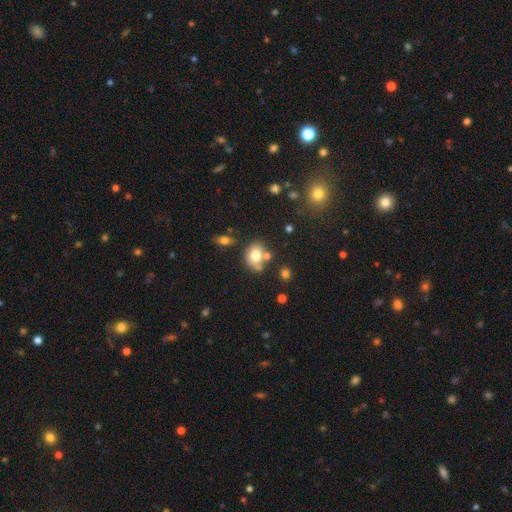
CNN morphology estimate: This is likely a smooth galaxy (73%). How rounded: possibly in between (51%). Merging: possibly none (59%).